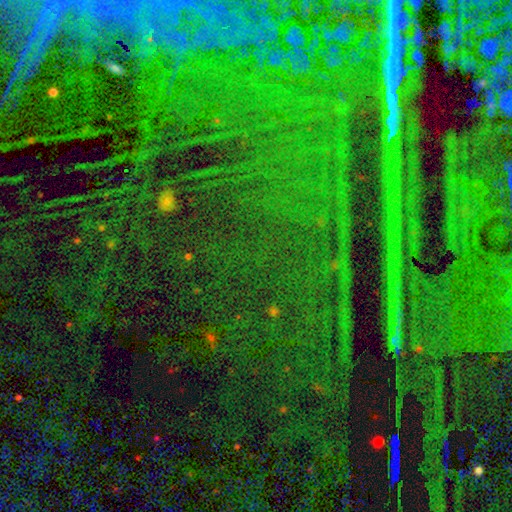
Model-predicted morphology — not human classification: Smooth or featured: star or artifact — 86% (featured or disk — 7%)